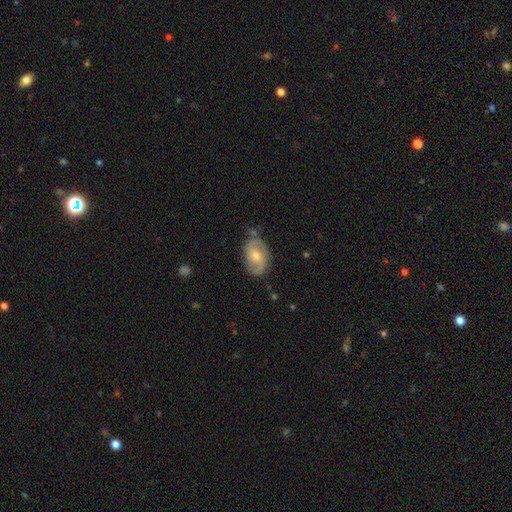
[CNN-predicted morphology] smooth-or-featured: featured or disk: 72% | smooth: 21% | star or artifact: 7%
  disk-edge-on: no: 96% | yes: 4%
    bar: no: 52% | weak: 39% | strong: 8%
    has-spiral-arms: yes: 89% | no: 11%
      spiral-winding: medium: 45% | tight: 36% | loose: 19%
      spiral-arm-count: 2: 82% | can't tell: 11% | 1: 3% | 3: 2% | 4: 1% | more than 4: 1%
    bulge-size: moderate: 56% | small: 38% | large: 3% | none: 2% | dominant: 1%
  merging: none: 70% | minor disturbance: 22% | major disturbance: 6% | merger: 3%